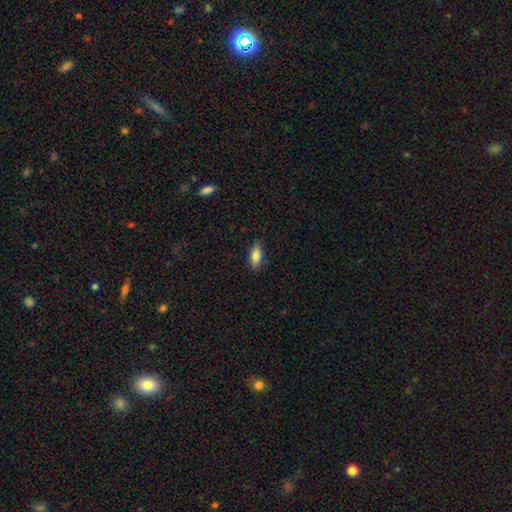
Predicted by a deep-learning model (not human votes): The model was most divided on "how rounded": in between: 80%, cigar-shaped: 17%, round: 3%. More confident: merging — none (85%); smooth or featured — smooth (82%).